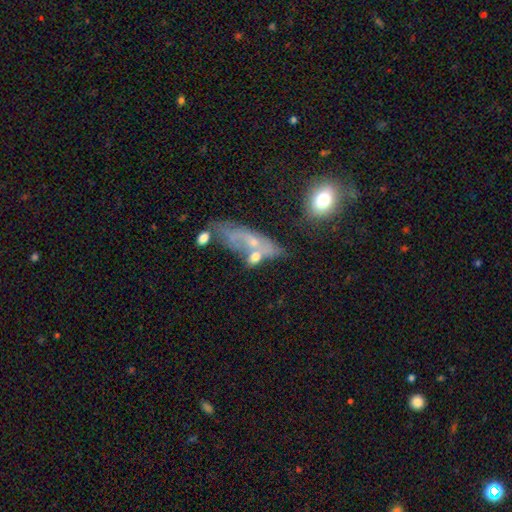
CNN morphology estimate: Smooth or featured: featured or disk — 45% (tied with smooth — 45%)
Merging: merger — 36% (none — 29%)